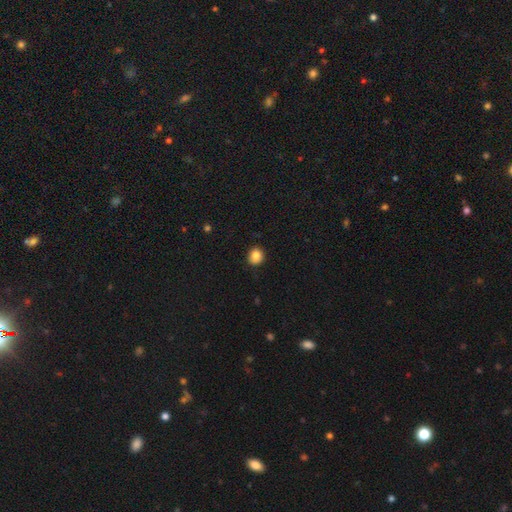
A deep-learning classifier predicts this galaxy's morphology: A smooth galaxy with no disk features (85%) that is round (79%).

Vote fractions:
- Smooth or featured? smooth: 85% / star or artifact: 10% / featured or disk: 5%
- How rounded? round: 79% / in between: 20% / cigar-shaped: 1%
- Merging? none: 88% / minor disturbance: 9% / major disturbance: 2% / merger: 1%